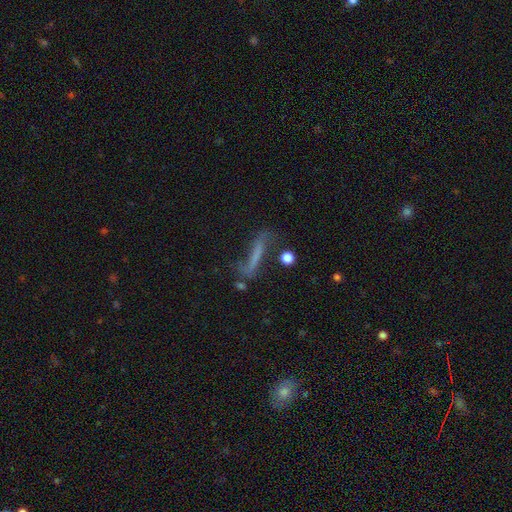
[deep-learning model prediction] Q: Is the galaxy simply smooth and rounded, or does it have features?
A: featured or disk — 44%.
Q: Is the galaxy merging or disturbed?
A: none — 44%.